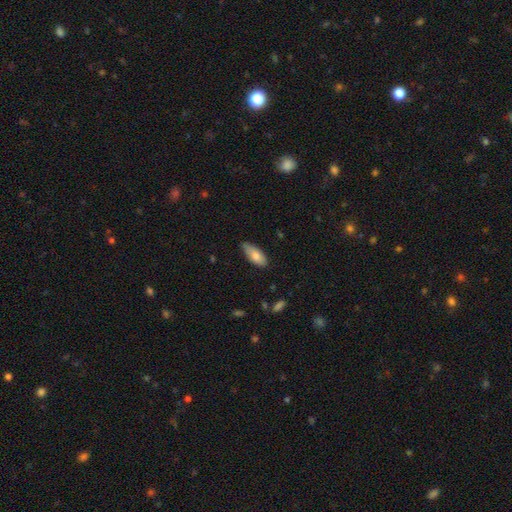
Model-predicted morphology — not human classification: Smooth or featured: smooth — 78% (featured or disk — 16%)
How rounded: in between — 84% (cigar-shaped — 14%)
Merging: none — 72% (minor disturbance — 23%)